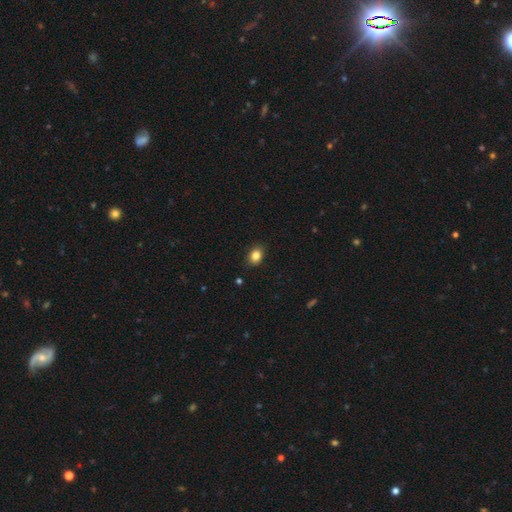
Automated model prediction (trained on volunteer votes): Morphology: type=smooth (83%); roundness=in between (59%); merging=none (88%).